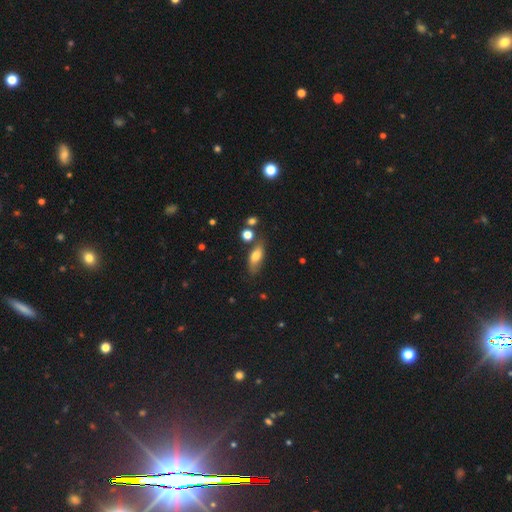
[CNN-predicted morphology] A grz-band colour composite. It shows a smooth galaxy with no disk features (69%) that is in between round and cigar-shaped (76%). Merging: none (65%).